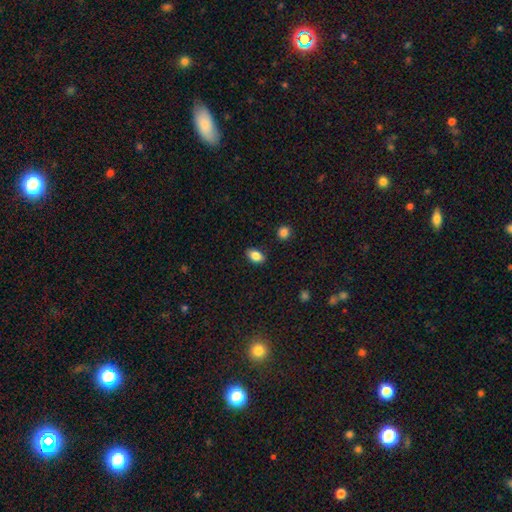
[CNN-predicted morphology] smooth_or_featured: smooth (p=0.85) [alt: star or artifact p=0.08]
how_rounded: in between (p=0.86) [alt: round p=0.12]
merging: none (p=0.85) [alt: minor disturbance p=0.11]